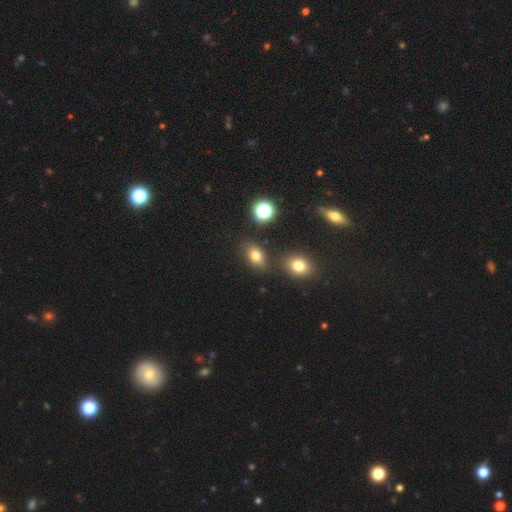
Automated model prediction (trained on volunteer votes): Morphology: type=smooth (73%); roundness=in between (76%); merging=none (75%).